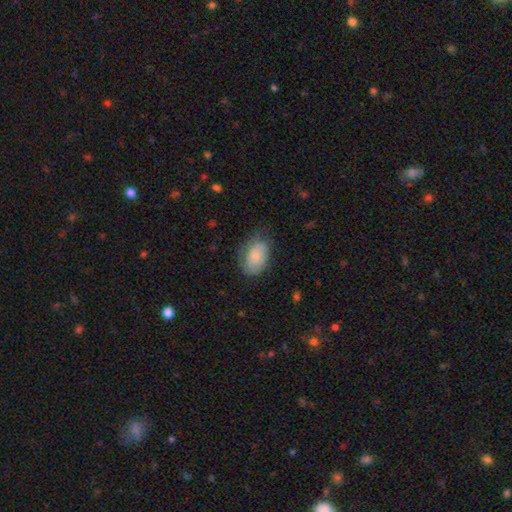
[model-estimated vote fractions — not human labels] Morphology: type=smooth (77%); roundness=in between (88%); merging=none (60%).